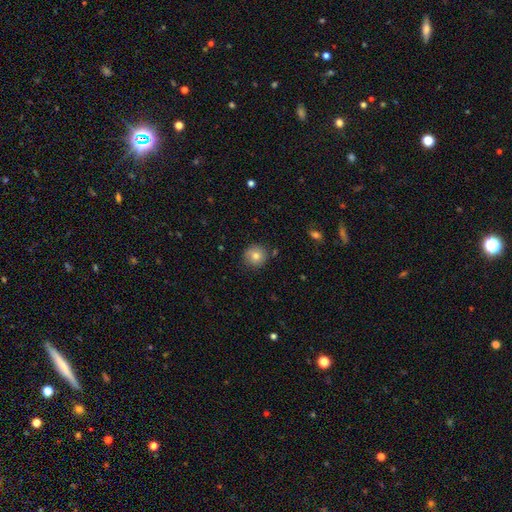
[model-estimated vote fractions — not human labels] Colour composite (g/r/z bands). It shows a smooth galaxy with no disk features (76%) that is round (93%). Merging: none (85%).